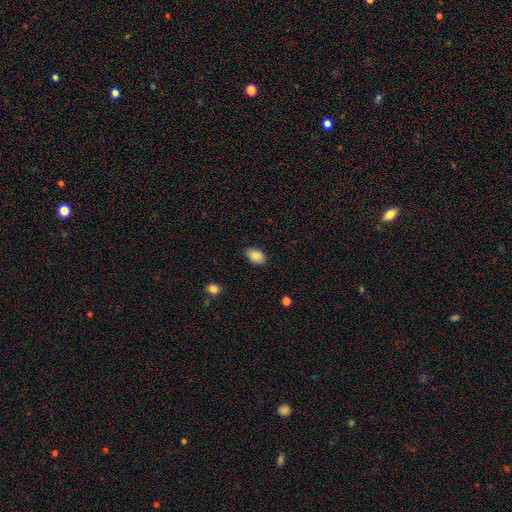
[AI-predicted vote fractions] Smooth or featured: smooth — 88% (star or artifact — 7%)
How rounded: in between — 90% (round — 9%)
Merging: none — 83% (minor disturbance — 14%)